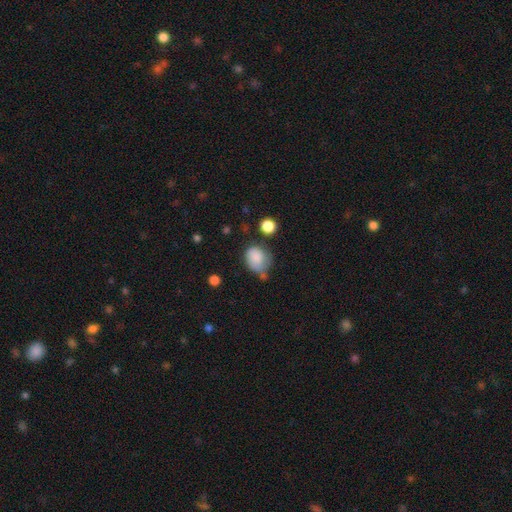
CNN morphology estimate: type=smooth (81%); roundness=round (54%); merging=none (39%).